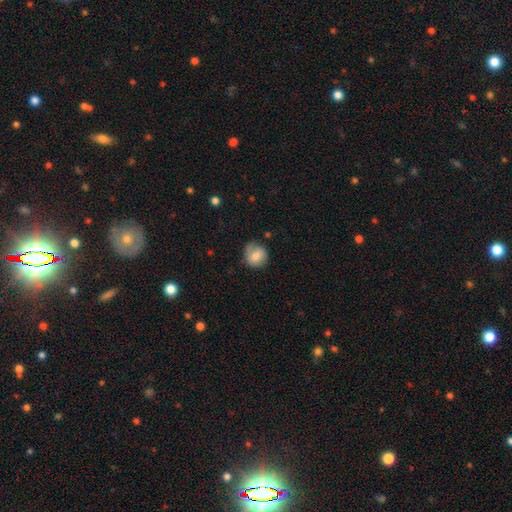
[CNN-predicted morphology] Overall: smooth (78%). How rounded: round (83%). Merging: none (67%).